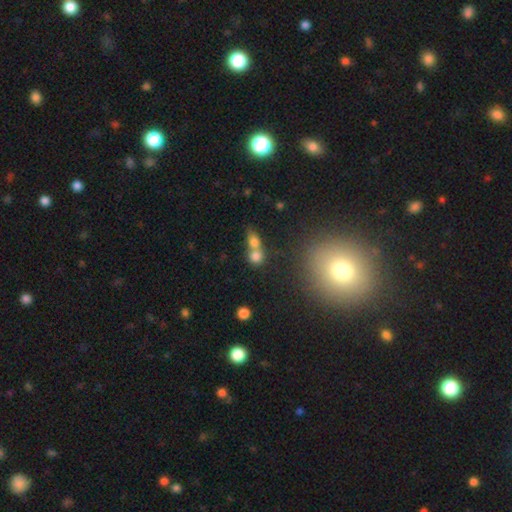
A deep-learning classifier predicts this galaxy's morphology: smooth-or-featured: smooth: 74% | star or artifact: 14% | featured or disk: 12%
  how-rounded: round: 68% | in between: 29% | cigar-shaped: 3%
  merging: merger: 59% | none: 31% | minor disturbance: 6% | major disturbance: 4%